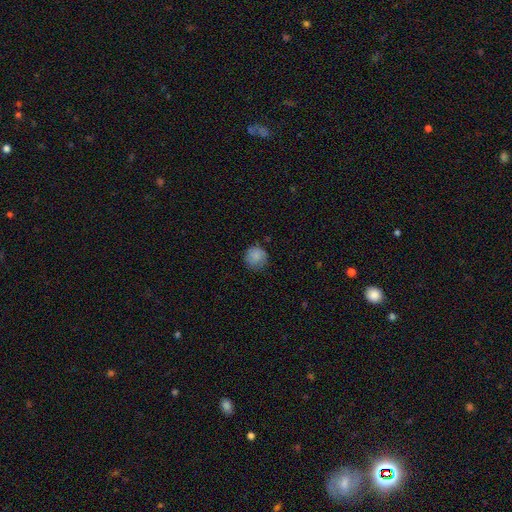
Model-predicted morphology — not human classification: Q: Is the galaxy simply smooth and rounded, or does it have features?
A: smooth — 84%.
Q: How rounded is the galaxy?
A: round — 91%.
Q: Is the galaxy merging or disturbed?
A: none — 77%.